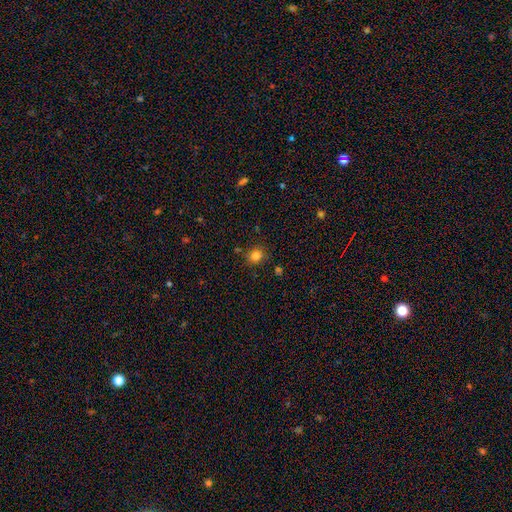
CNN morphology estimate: Q: Smooth or featured?
A: smooth (81%); runner-up: star or artifact (13%)
Q: How rounded?
A: round (81%); runner-up: in between (18%)
Q: Merging?
A: none (83%); runner-up: minor disturbance (11%)